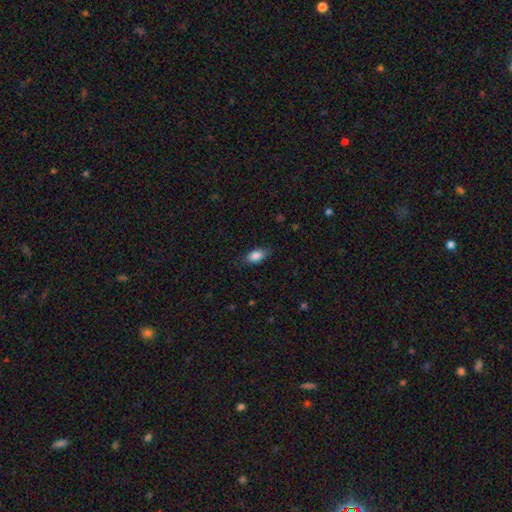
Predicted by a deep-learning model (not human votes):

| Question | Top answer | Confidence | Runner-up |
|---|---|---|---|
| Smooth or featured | smooth | 85% | star or artifact (8%) |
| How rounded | in between | 88% | cigar-shaped (6%) |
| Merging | none | 80% | minor disturbance (15%) |